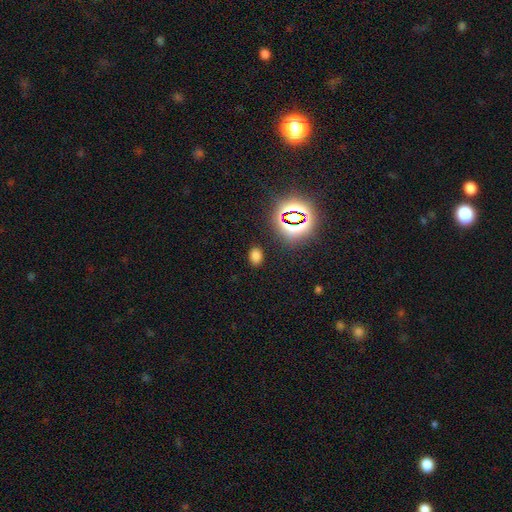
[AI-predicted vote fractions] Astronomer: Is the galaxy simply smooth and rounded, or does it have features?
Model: smooth — 70%.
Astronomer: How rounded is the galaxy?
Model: in between — 74%.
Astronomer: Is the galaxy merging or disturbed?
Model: none — 86%.